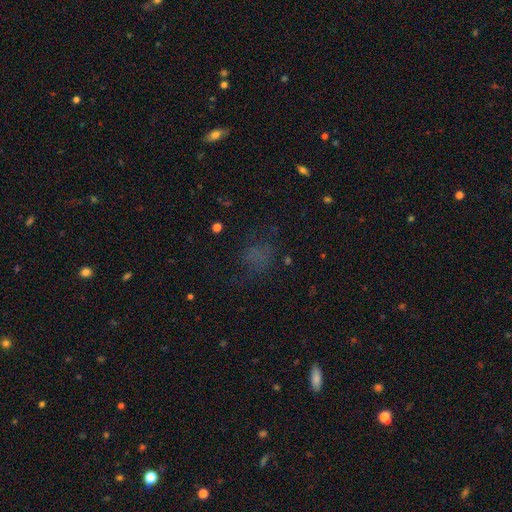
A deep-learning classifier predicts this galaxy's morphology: Smooth or featured? smooth (53%)
How rounded? round (56%)
Merging? none (58%)